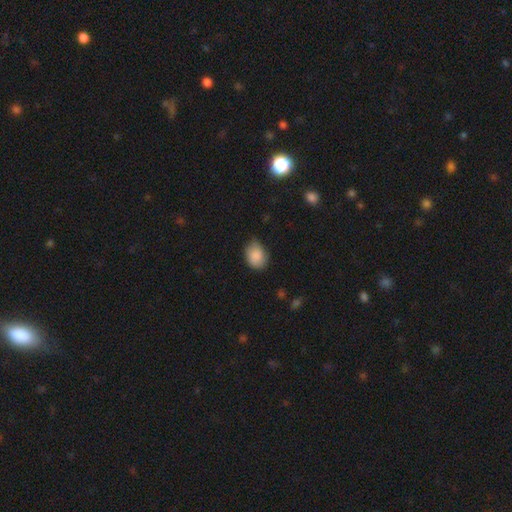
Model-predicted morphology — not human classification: The model was most divided on "how rounded": in between: 64%, round: 35%, cigar-shaped: 1%. More confident: smooth or featured — smooth (87%); merging — none (62%).